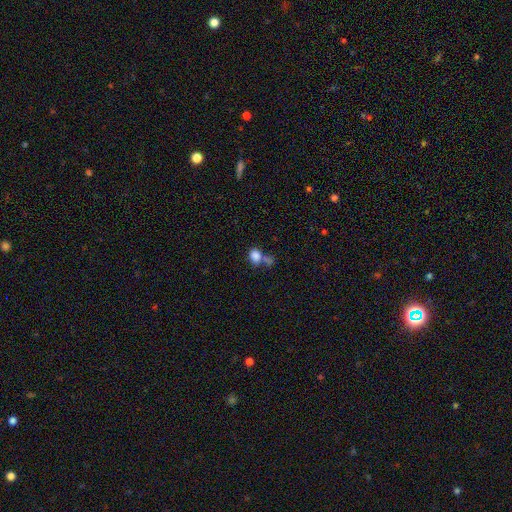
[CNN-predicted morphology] A smooth galaxy with no disk features (83%) that is in between round and cigar-shaped (54%).

Vote fractions:
- Smooth or featured? smooth: 83% / star or artifact: 10% / featured or disk: 7%
- How rounded? in between: 54% / round: 45% / cigar-shaped: 2%
- Merging? merger: 40% / none: 38% / minor disturbance: 13% / major disturbance: 9%